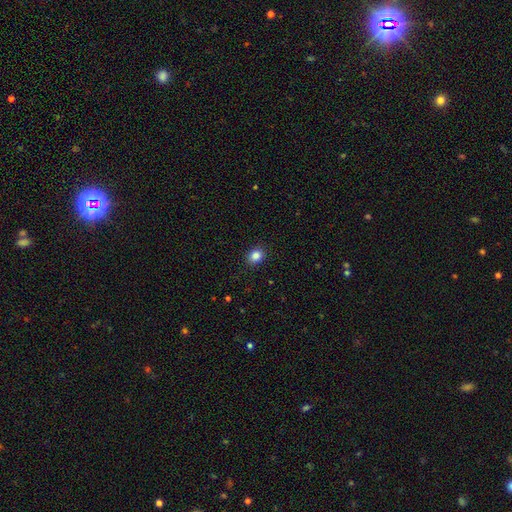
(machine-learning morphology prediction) Q: Smooth or featured?
A: smooth (85%); runner-up: star or artifact (11%)
Q: How rounded?
A: round (55%); runner-up: in between (44%)
Q: Merging?
A: none (90%); runner-up: minor disturbance (7%)